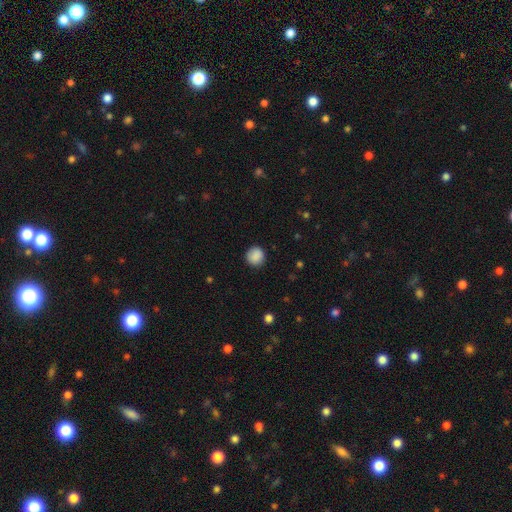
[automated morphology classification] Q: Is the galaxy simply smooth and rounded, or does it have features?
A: smooth — 88%.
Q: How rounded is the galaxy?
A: round — 91%.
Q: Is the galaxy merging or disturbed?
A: none — 87%.